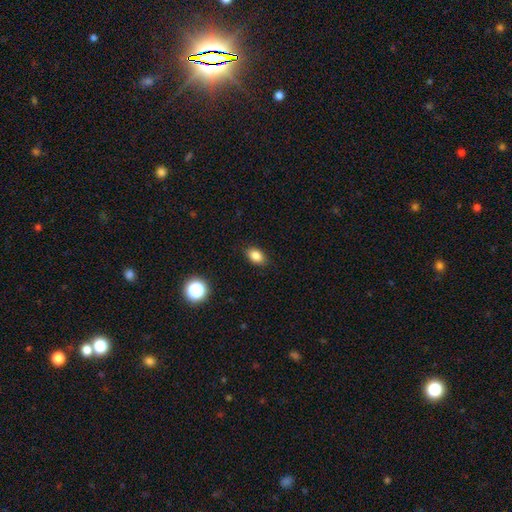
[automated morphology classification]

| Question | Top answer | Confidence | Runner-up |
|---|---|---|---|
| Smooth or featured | smooth | 84% | star or artifact (10%) |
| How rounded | in between | 84% | round (15%) |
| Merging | none | 87% | minor disturbance (10%) |